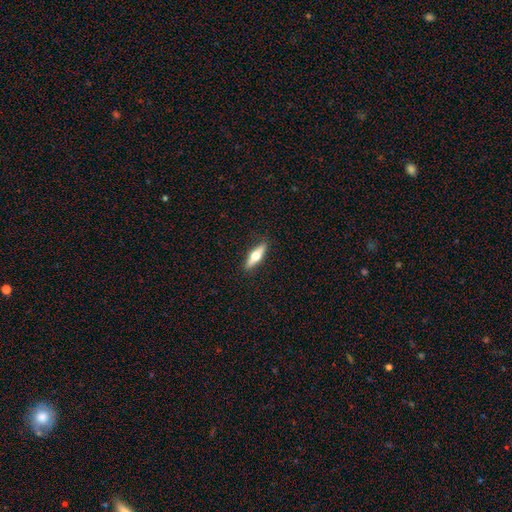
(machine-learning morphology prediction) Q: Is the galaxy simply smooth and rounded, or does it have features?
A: featured or disk — 48%.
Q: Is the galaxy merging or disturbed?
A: none — 90%.